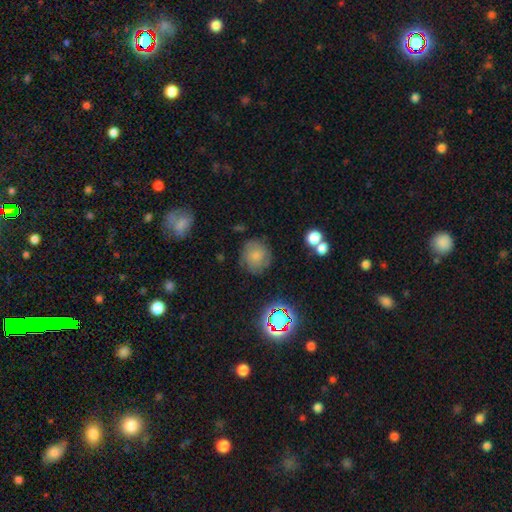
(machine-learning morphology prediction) Overall: smooth (65%). How rounded: round (87%). Merging: none (75%).